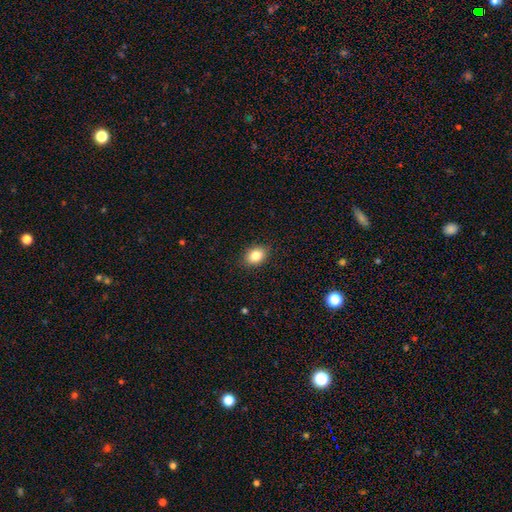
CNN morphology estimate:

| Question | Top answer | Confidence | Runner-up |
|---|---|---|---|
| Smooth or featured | smooth | 85% | star or artifact (9%) |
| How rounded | in between | 71% | round (28%) |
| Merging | none | 88% | minor disturbance (9%) |